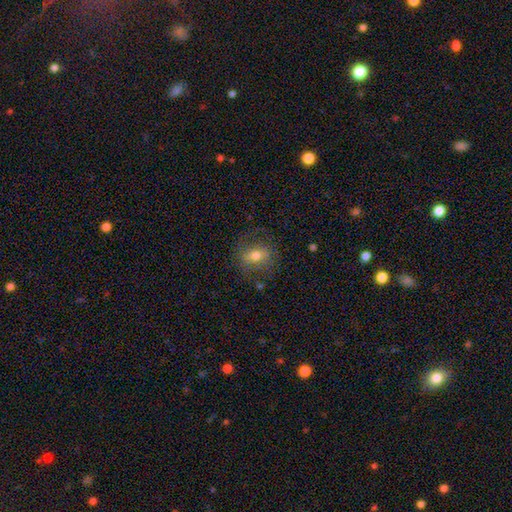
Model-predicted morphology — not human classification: Smooth or featured? smooth (61%)
How rounded? in between (59%)
Merging? none (75%)